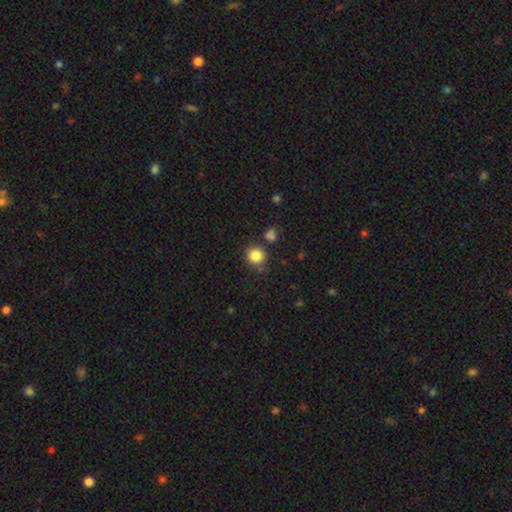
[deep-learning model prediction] A smooth galaxy with no disk features (84%) that is round (91%). Merging: none (80%).